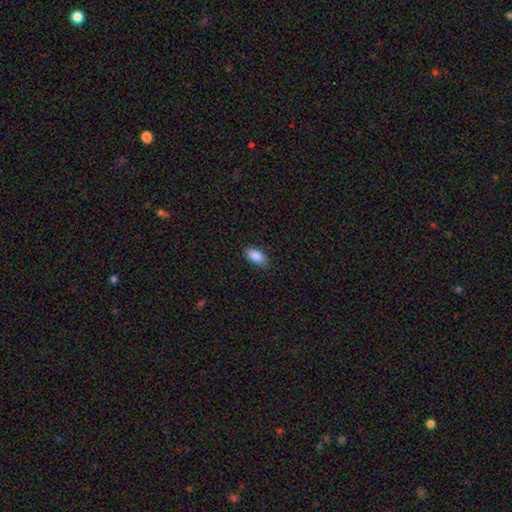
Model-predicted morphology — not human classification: This is clearly a smooth galaxy (89%). How rounded: clearly in between (92%). Merging: clearly none (86%).